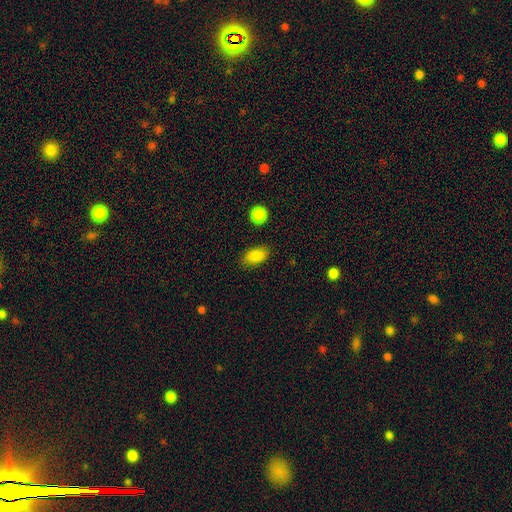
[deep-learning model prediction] The model was most divided on "merging": none: 83%, minor disturbance: 12%, major disturbance: 3%, merger: 2%. More confident: how rounded — in between (90%); smooth or featured — smooth (87%).